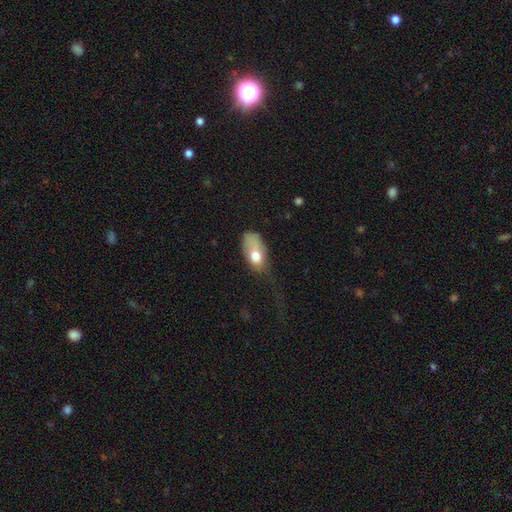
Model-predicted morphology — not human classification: Overall: smooth (72%). How rounded: in between (88%). Merging: major disturbance (41%; minor disturbance 31%).